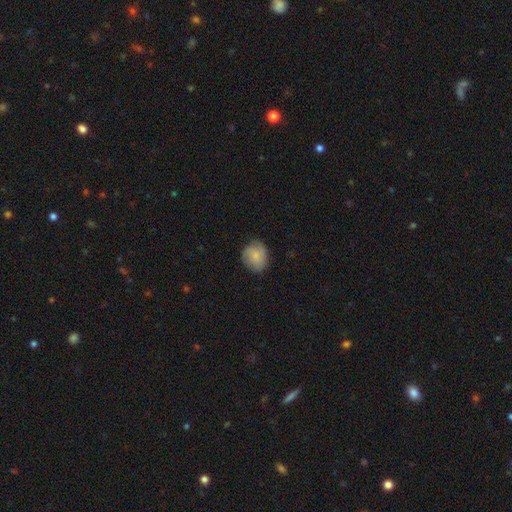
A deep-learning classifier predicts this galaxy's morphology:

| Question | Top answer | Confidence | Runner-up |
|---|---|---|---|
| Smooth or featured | smooth | 75% | featured or disk (18%) |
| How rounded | round | 73% | in between (26%) |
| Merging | none | 73% | minor disturbance (21%) |